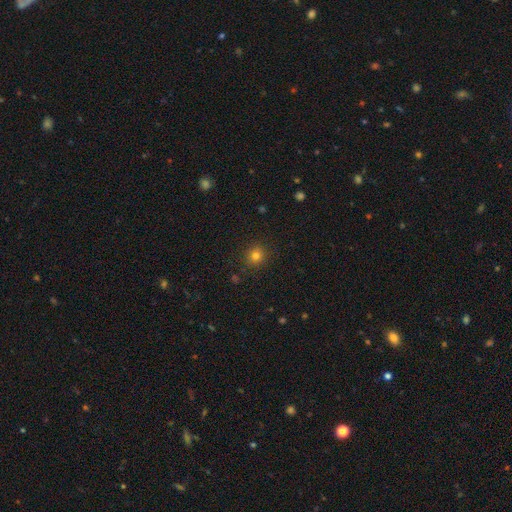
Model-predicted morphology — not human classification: The model was most divided on "smooth or featured": smooth: 80%, star or artifact: 14%, featured or disk: 6%. More confident: merging — none (89%); how rounded — round (88%).